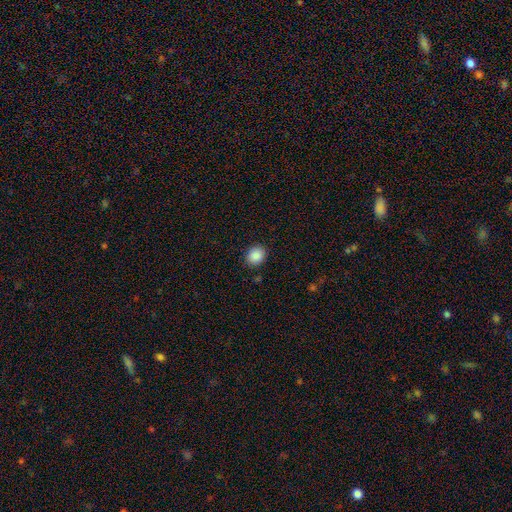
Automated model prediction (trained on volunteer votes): This appears to be a smooth galaxy with no disk features (88%) that is round (68%). Merging: none (89%).